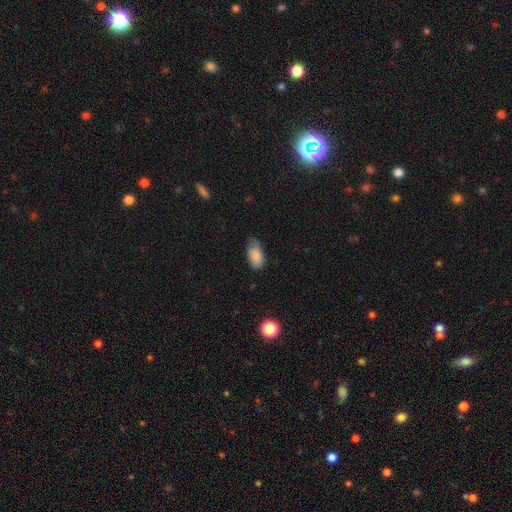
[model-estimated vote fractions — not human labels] This is clearly a smooth galaxy (86%). How rounded: clearly in between (93%). Merging: possibly none (54%).